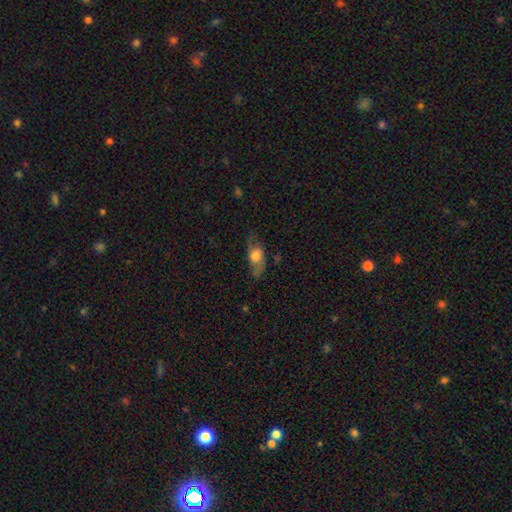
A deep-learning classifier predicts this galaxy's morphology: Smooth or featured: smooth — 49% (featured or disk — 43%)
Merging: none — 64% (minor disturbance — 22%)